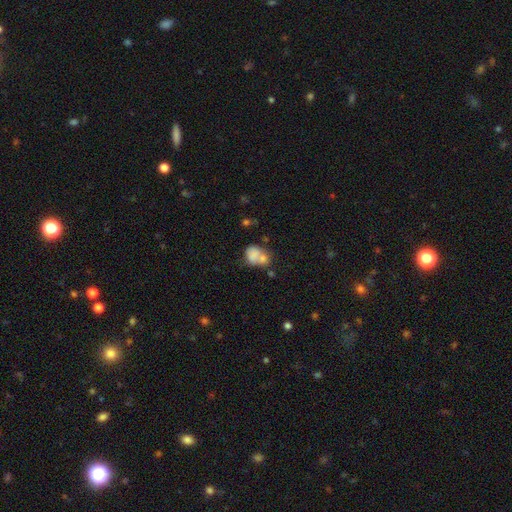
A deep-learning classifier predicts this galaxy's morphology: smooth 70%, featured or disk 20%, star or artifact 10%. Down the decision tree: how rounded — in between (60%); merging — merger (52%).